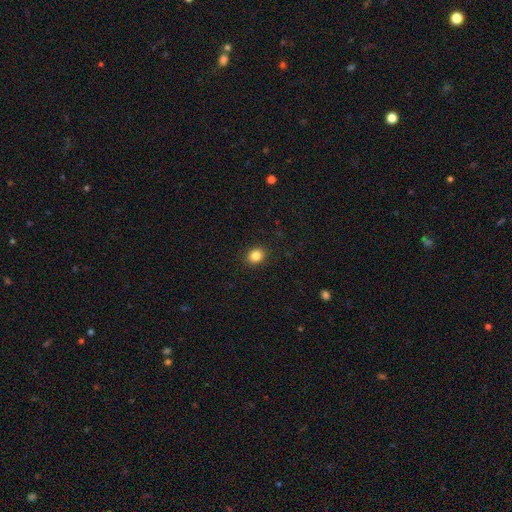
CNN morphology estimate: Smooth or featured?
  - smooth: 85% *
  - star or artifact: 10%
  - featured or disk: 5%
How rounded?
  - round: 62% *
  - in between: 37%
  - cigar-shaped: 1%
Merging?
  - none: 91% *
  - minor disturbance: 6%
  - major disturbance: 2%
  - merger: 1%